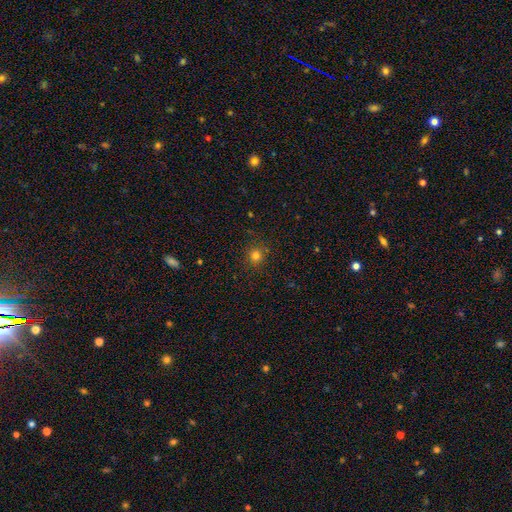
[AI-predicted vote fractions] smooth 78%, star or artifact 16%, featured or disk 6%. Down the decision tree: how rounded — round (89%); merging — none (88%).